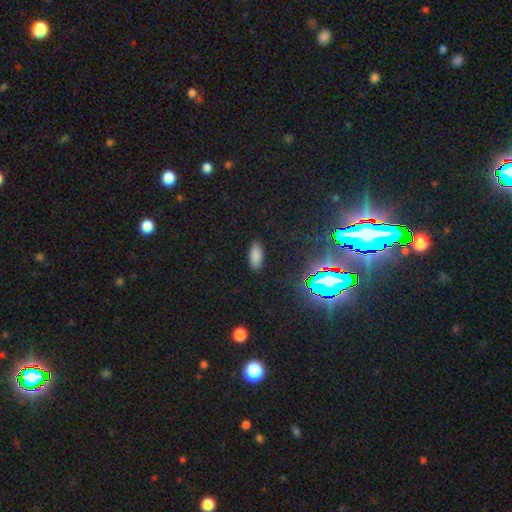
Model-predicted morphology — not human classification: A smooth galaxy with no disk features (80%) that is in between round and cigar-shaped (87%).

Vote fractions:
- Smooth or featured? smooth: 80% / star or artifact: 15% / featured or disk: 5%
- How rounded? in between: 87% / cigar-shaped: 11% / round: 2%
- Merging? none: 88% / minor disturbance: 9% / major disturbance: 2% / merger: 1%